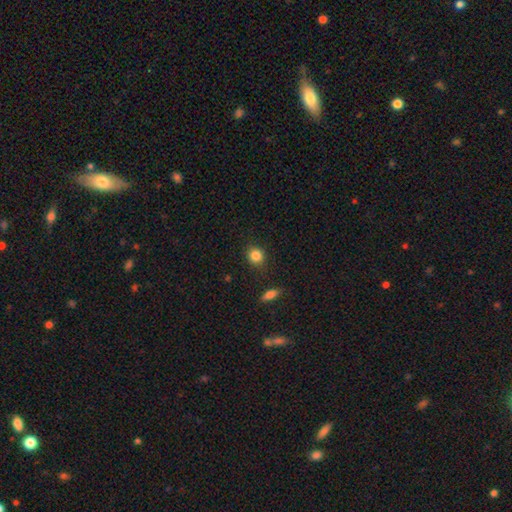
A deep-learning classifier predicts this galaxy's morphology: A smooth galaxy with no disk features (85%) that is round (80%). Merging: none (87%).